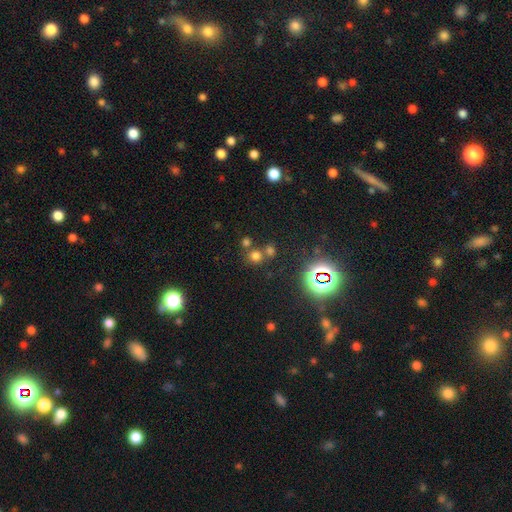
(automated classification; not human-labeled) The model was most divided on "smooth or featured": smooth: 60%, star or artifact: 32%, featured or disk: 7%. More confident: how rounded — round (86%); merging — none (62%).